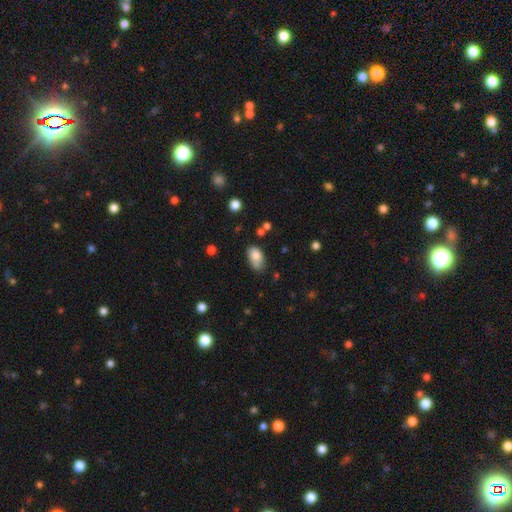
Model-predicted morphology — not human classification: Smooth or featured? smooth (80%)
How rounded? in between (92%)
Merging? none (58%)